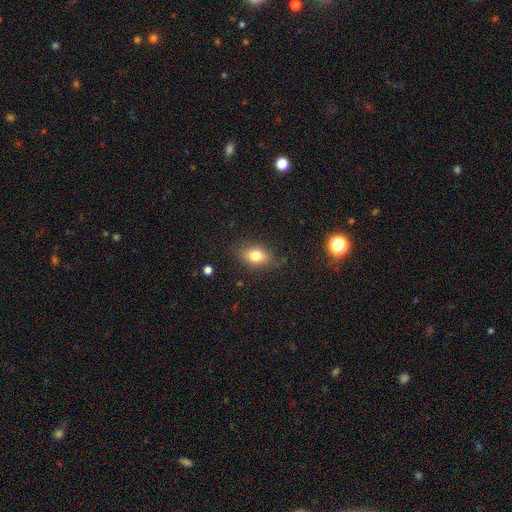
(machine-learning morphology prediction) type=smooth (78%); roundness=in between (79%); merging=none (80%).